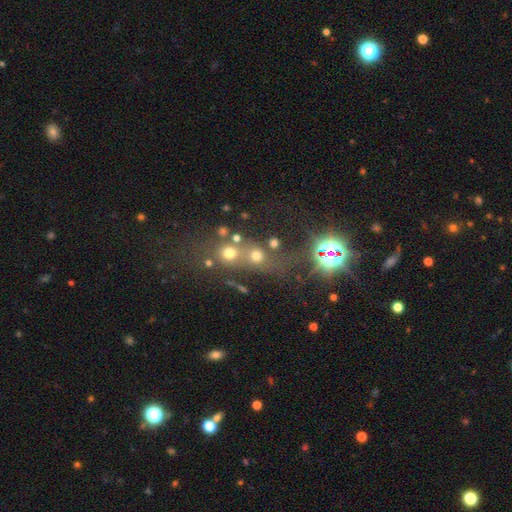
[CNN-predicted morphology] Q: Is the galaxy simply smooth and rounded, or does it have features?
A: smooth — 45%.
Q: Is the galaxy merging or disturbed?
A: none — 45%.